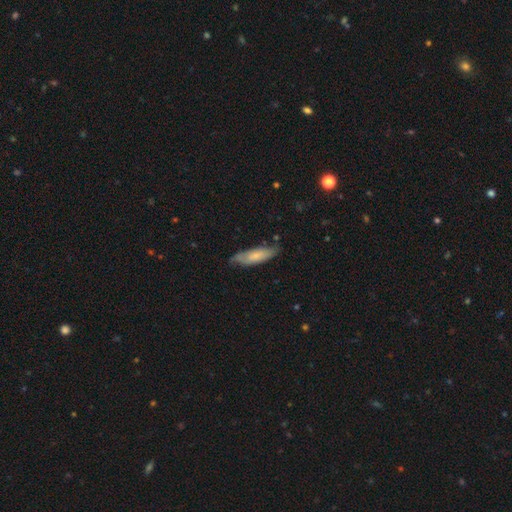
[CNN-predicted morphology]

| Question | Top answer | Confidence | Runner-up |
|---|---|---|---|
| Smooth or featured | smooth | 67% | featured or disk (27%) |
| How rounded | cigar-shaped | 52% | in between (46%) |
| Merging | none | 67% | minor disturbance (26%) |